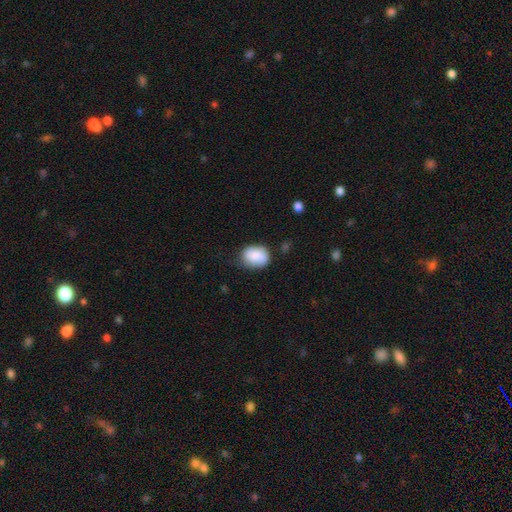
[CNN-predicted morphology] type=smooth (81%); roundness=in between (62%); merging=none (65%).